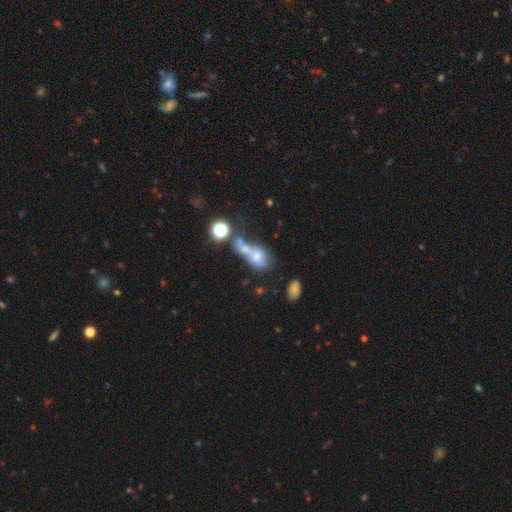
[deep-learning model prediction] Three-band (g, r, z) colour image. It shows a smooth galaxy with no disk features (57%) that is in between round and cigar-shaped (58%). Merging: merger (65%).